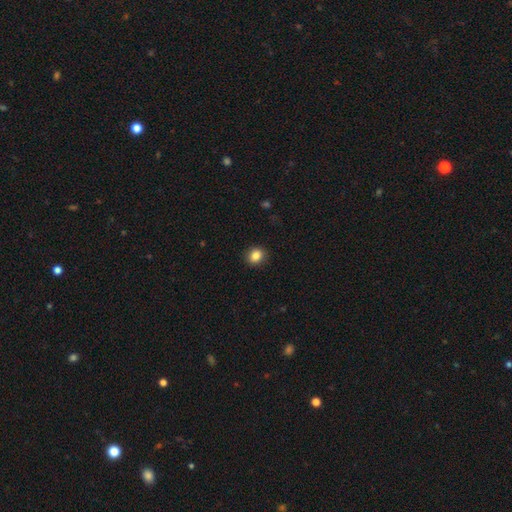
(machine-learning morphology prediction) This is clearly a smooth galaxy (85%). How rounded: likely round (75%). Merging: clearly none (91%).